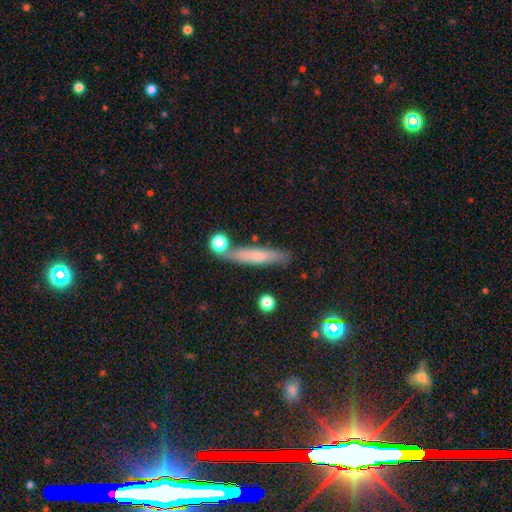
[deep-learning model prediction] Smooth or featured? Predicted: smooth (p=0.59). How rounded? Predicted: cigar-shaped (p=0.87). Merging? Predicted: none (p=0.73).